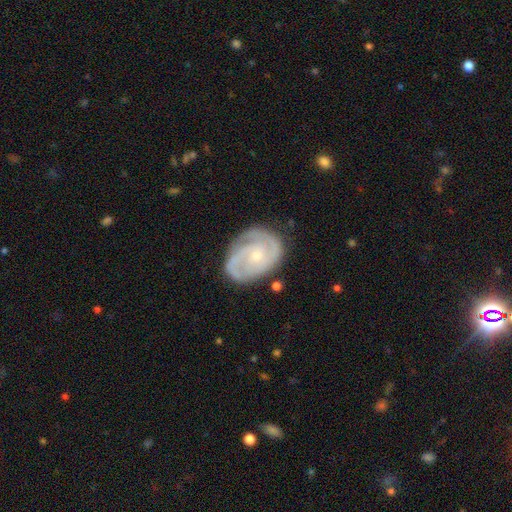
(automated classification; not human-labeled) This is clearly a featured or disk galaxy (84%). It is clearly not viewed edge-on (97%). Bar: likely no (69%). Spiral arm pattern: clearly yes (96%). Spiral arm count: possibly 2 (54%). Spiral winding: possibly tight (55%). Central bulge: likely small (67%). Merging: likely none (74%).